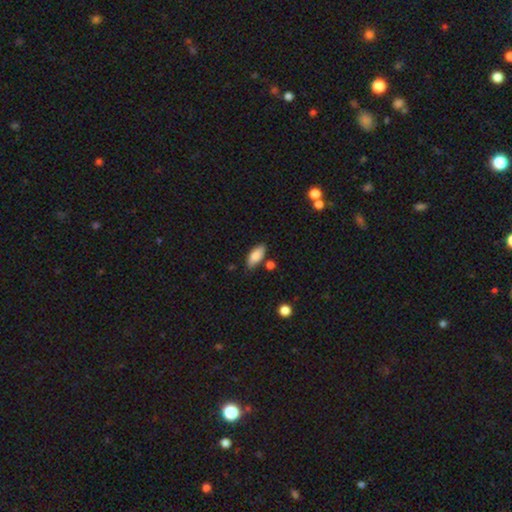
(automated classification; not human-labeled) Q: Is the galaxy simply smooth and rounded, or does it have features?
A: smooth — 85%.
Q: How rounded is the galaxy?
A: in between — 86%.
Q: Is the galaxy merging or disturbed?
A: none — 77%.